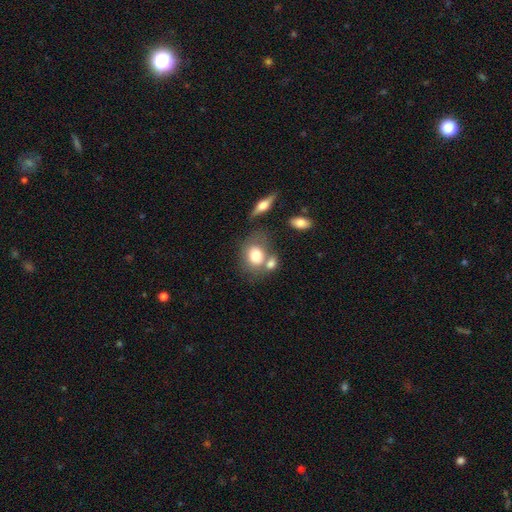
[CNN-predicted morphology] Smooth or featured: smooth — 74% (featured or disk — 17%)
How rounded: in between — 54% (round — 44%)
Merging: none — 48% (merger — 33%)